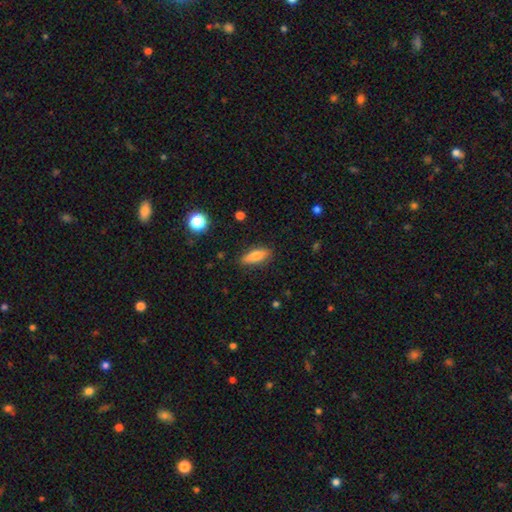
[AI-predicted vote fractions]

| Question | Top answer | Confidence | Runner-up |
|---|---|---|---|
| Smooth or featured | smooth | 71% | featured or disk (22%) |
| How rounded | in between | 66% | cigar-shaped (30%) |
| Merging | none | 85% | minor disturbance (11%) |